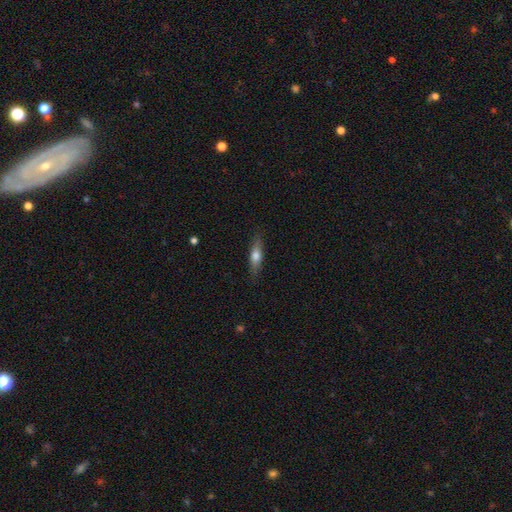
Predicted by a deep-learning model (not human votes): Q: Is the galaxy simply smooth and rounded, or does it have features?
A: smooth — 60%.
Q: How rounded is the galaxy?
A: cigar-shaped — 62%.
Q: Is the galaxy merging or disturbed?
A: none — 85%.